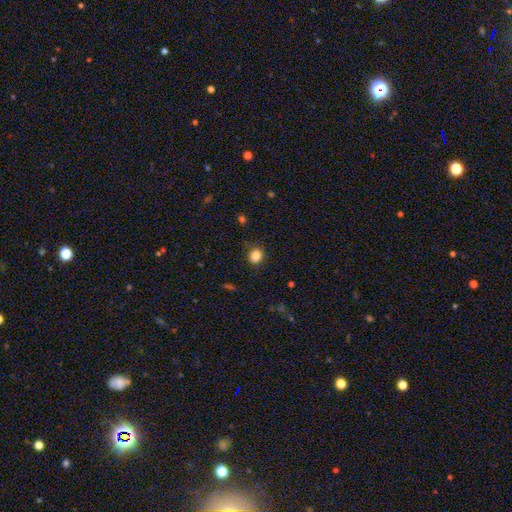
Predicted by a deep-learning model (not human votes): smooth-or-featured: smooth: 85% | star or artifact: 10% | featured or disk: 5%
  how-rounded: round: 65% | in between: 34% | cigar-shaped: 1%
  merging: none: 81% | minor disturbance: 14% | major disturbance: 4% | merger: 1%